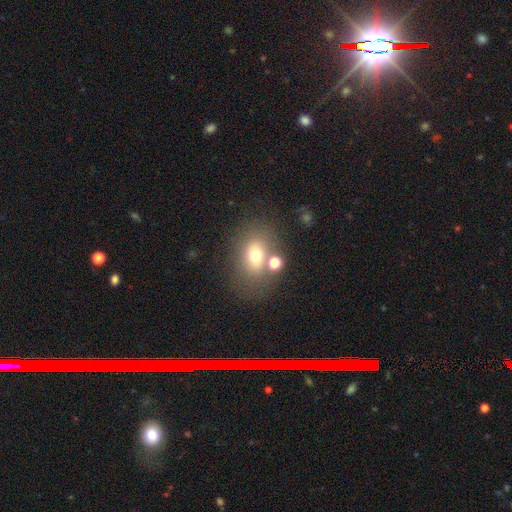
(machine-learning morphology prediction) smooth-or-featured: smooth: 68% | featured or disk: 18% | star or artifact: 14%
  how-rounded: in between: 67% | round: 32% | cigar-shaped: 1%
  merging: none: 61% | merger: 19% | minor disturbance: 14% | major disturbance: 7%